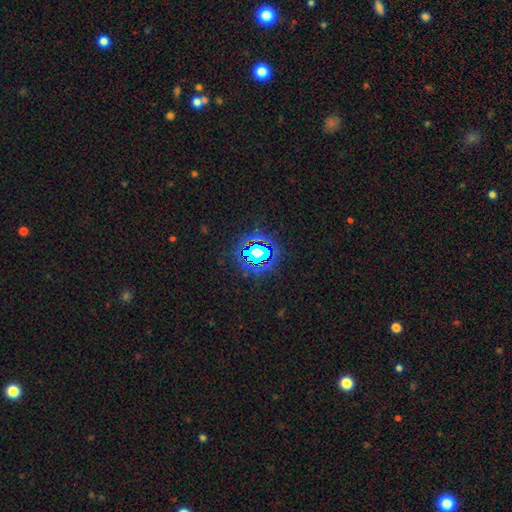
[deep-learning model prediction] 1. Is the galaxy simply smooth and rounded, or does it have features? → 73% star or artifact, 16% smooth, 12% featured or disk.